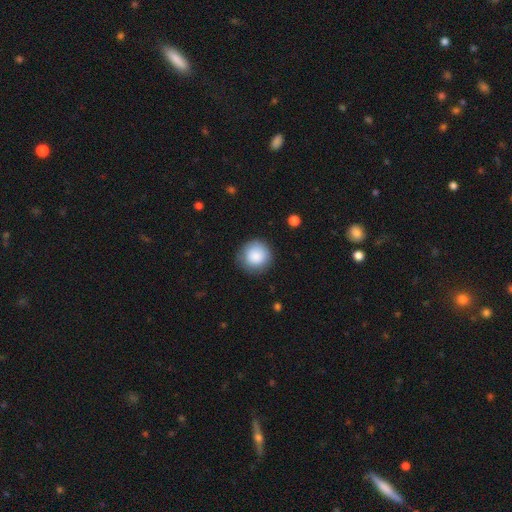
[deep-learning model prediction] This appears to be a smooth galaxy with no disk features (86%) that is round (94%). Merging: none (83%).